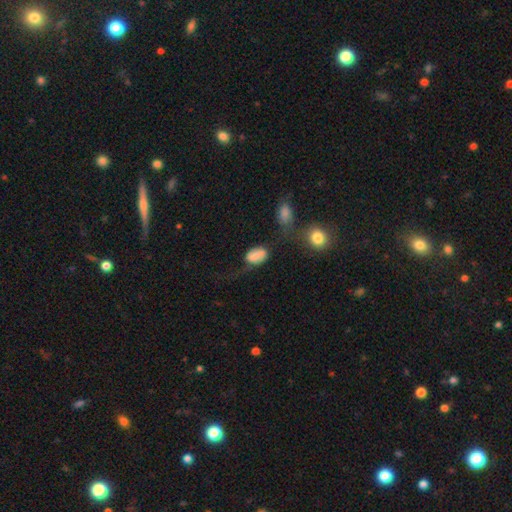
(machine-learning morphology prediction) smooth_or_featured: smooth (p=0.68) [alt: featured or disk p=0.22]
how_rounded: in between (p=0.85) [alt: round p=0.13]
merging: none (p=0.38) [alt: minor disturbance p=0.25]